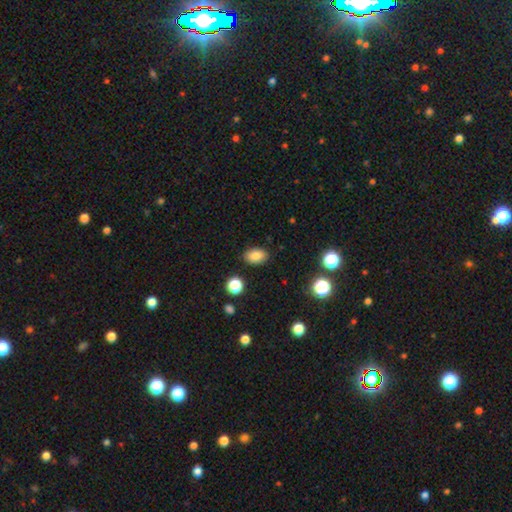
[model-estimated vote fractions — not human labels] Smooth or featured?
  - smooth: 83% *
  - star or artifact: 10%
  - featured or disk: 6%
How rounded?
  - in between: 86% *
  - round: 12%
  - cigar-shaped: 1%
Merging?
  - none: 87% *
  - minor disturbance: 9%
  - major disturbance: 2%
  - merger: 2%